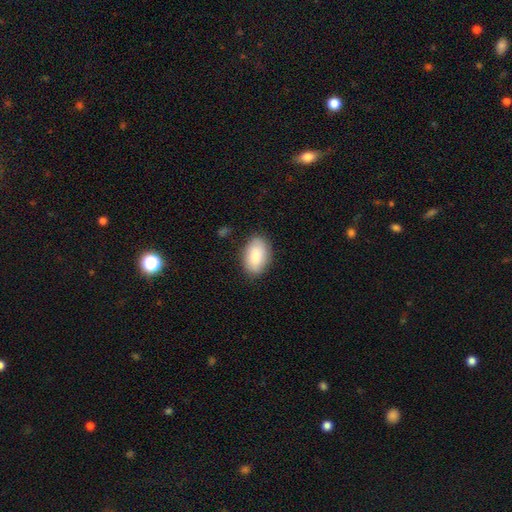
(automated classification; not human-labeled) A smooth galaxy with no disk features (86%) that is in between round and cigar-shaped (92%).

Vote fractions:
- Smooth or featured? smooth: 86% / featured or disk: 8% / star or artifact: 6%
- How rounded? in between: 92% / round: 6% / cigar-shaped: 1%
- Merging? none: 83% / minor disturbance: 13% / major disturbance: 3% / merger: 1%